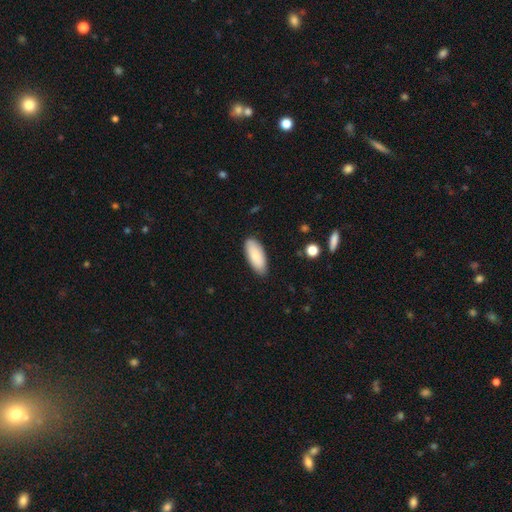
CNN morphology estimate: A smooth galaxy with no disk features (82%) that is in between round and cigar-shaped (85%).

Vote fractions:
- Smooth or featured? smooth: 82% / featured or disk: 12% / star or artifact: 6%
- How rounded? in between: 85% / cigar-shaped: 13% / round: 2%
- Merging? none: 85% / minor disturbance: 12% / major disturbance: 2% / merger: 1%